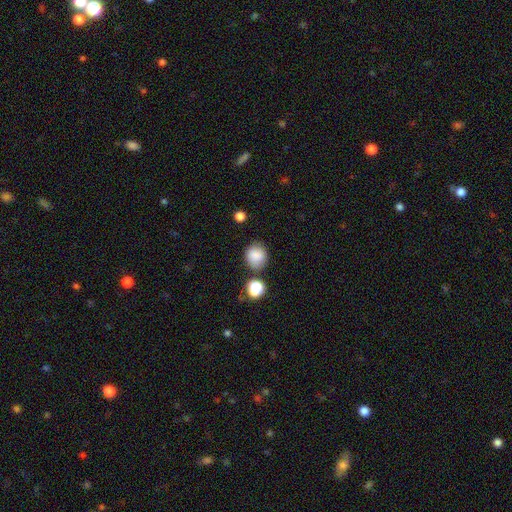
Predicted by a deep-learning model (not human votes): Overall: smooth (84%). How rounded: round (76%). Merging: none (71%).